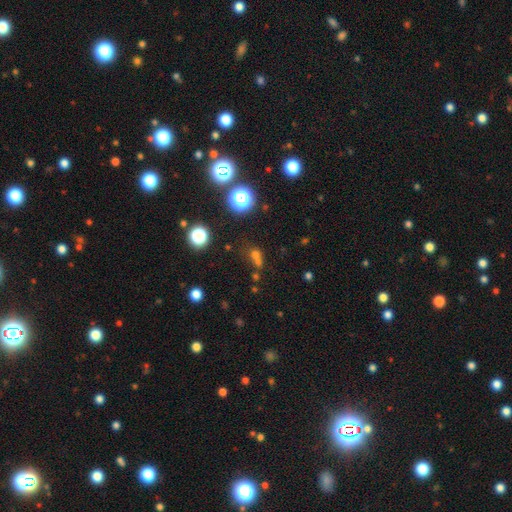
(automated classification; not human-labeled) smooth 56%, star or artifact 32%, featured or disk 12%. Down the decision tree: how rounded — round (75%); merging — none (44%).